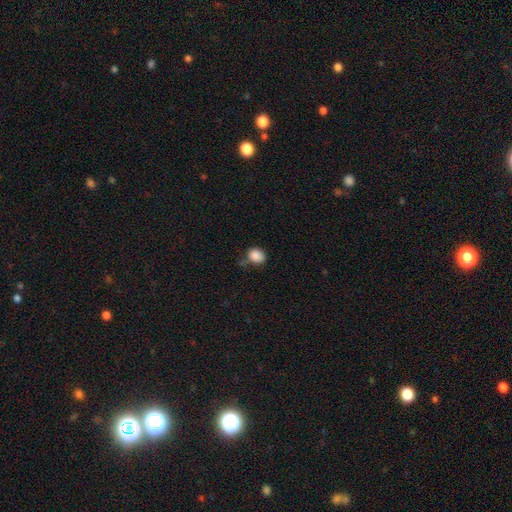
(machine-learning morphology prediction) A smooth galaxy with no disk features (87%) that is round (57%). Merging: none (62%).